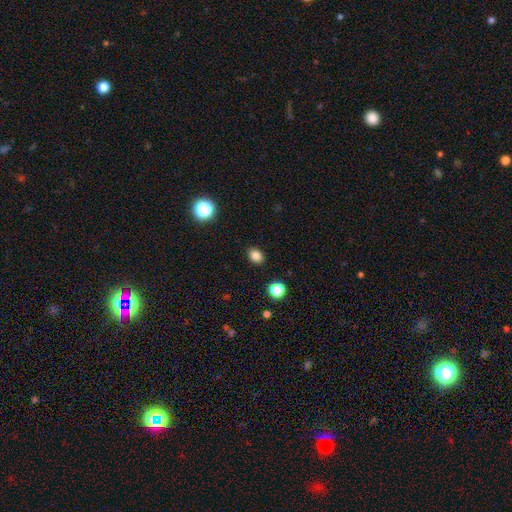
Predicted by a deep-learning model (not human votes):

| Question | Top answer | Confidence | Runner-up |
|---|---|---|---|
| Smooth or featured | smooth | 84% | star or artifact (12%) |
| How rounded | in between | 58% | round (41%) |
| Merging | none | 89% | minor disturbance (8%) |